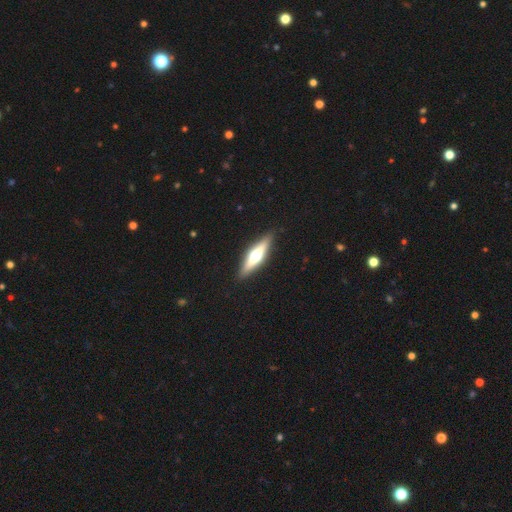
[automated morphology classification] A featured or disk galaxy (63%) viewed edge-on (95%) with a rounded central bulge (95%). Merging: none (90%).